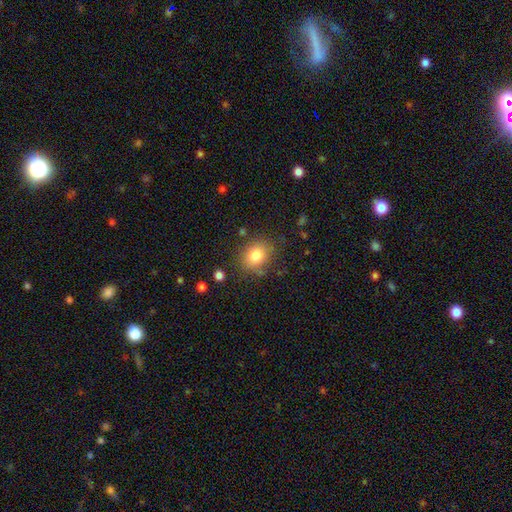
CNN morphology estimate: This appears to be a smooth galaxy with no disk features (80%) that is round (58%). Merging: none (76%).